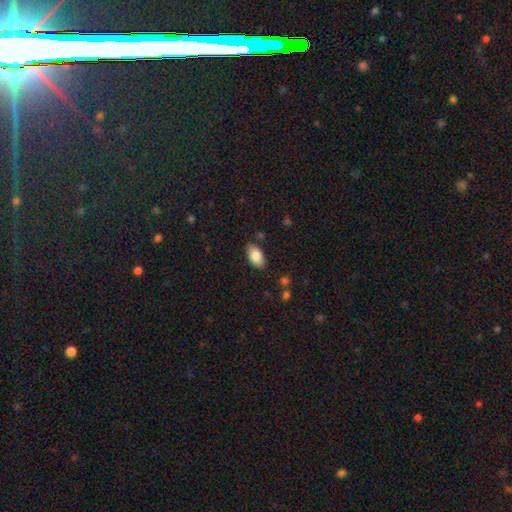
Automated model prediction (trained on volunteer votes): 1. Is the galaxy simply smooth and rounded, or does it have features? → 86% smooth, 8% featured or disk, 7% star or artifact.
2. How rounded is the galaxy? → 94% in between, 3% round, 3% cigar-shaped.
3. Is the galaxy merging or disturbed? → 85% none, 11% minor disturbance, 2% major disturbance, 2% merger.